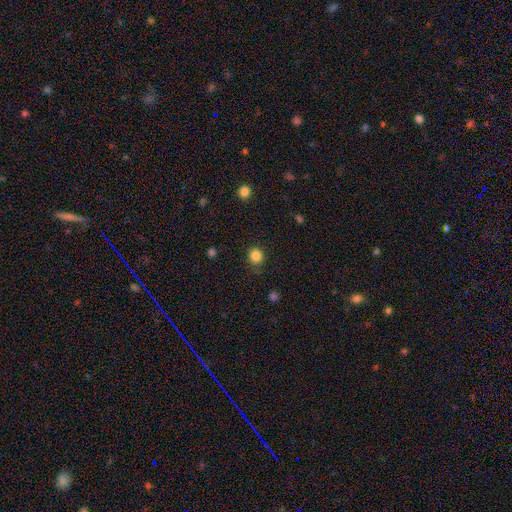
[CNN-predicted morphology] Smooth or featured: smooth — 85% (star or artifact — 12%)
How rounded: round — 87% (in between — 12%)
Merging: none — 82% (minor disturbance — 13%)